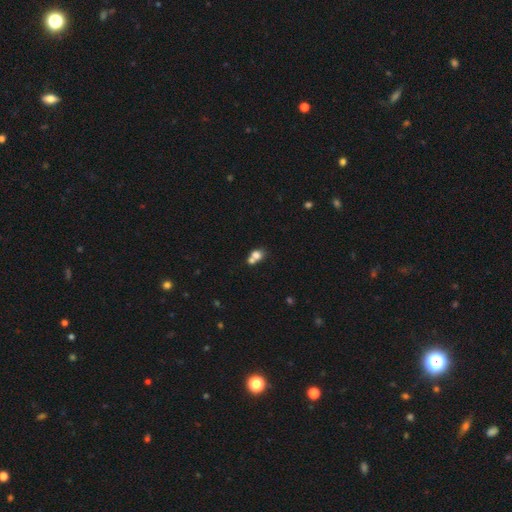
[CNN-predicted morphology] type=smooth (73%); roundness=round (59%); merging=merger (58%).